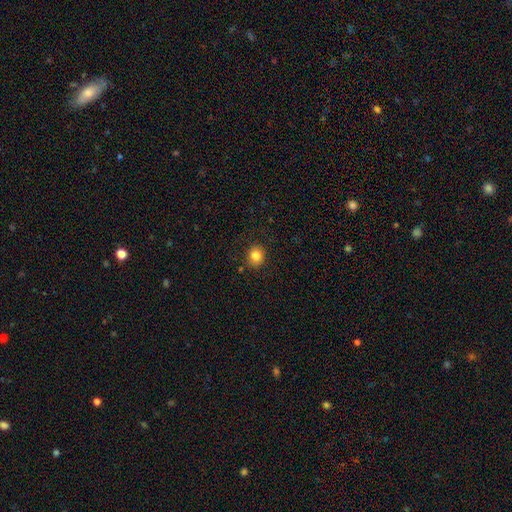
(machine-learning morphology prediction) Smooth or featured? smooth (83%)
How rounded? round (81%)
Merging? none (88%)